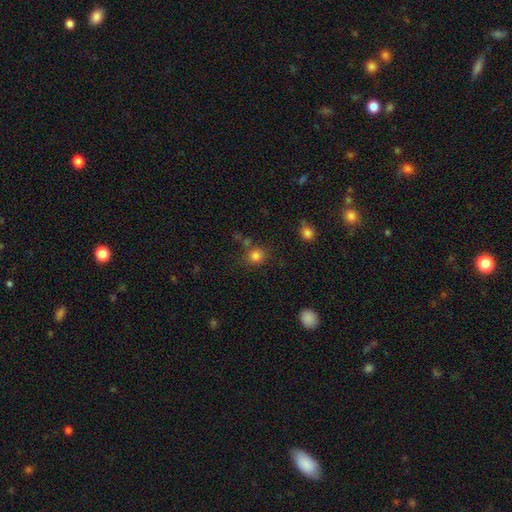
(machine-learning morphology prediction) The model was most divided on "merging": none: 74%, minor disturbance: 12%, merger: 10%, major disturbance: 4%. More confident: how rounded — round (85%); smooth or featured — smooth (81%).